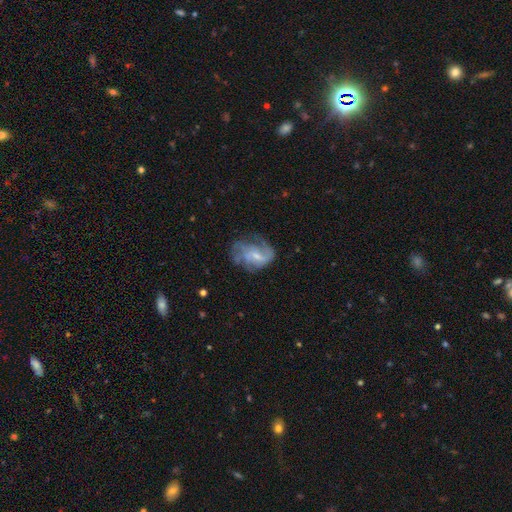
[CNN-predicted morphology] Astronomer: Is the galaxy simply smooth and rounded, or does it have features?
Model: featured or disk — 70%.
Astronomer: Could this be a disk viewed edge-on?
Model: no — 98%.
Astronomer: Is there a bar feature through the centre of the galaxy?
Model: weak — 50% (runner-up: no, 39%).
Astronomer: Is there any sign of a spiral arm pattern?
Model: yes — 79%.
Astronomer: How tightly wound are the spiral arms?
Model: medium — 41% (runner-up: loose, 36%).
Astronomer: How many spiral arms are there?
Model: can't tell — 33% (runner-up: 2, 31%).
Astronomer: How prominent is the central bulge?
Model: small — 53% (runner-up: moderate, 32%).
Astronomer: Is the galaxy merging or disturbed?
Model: none — 43% (runner-up: major disturbance, 29%).